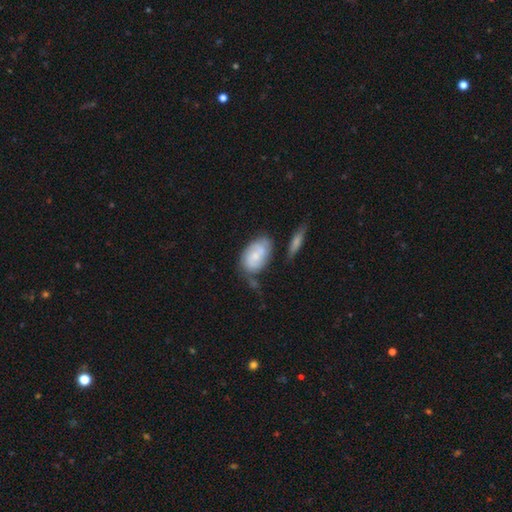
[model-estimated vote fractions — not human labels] A smooth galaxy with no disk features (52%) that is in between round and cigar-shaped (87%). Merging: none (48%).